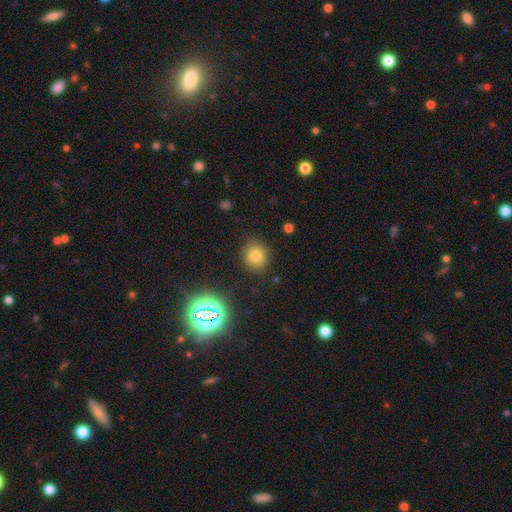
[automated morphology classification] This is likely a smooth galaxy (76%). How rounded: clearly round (81%). Merging: clearly none (85%).